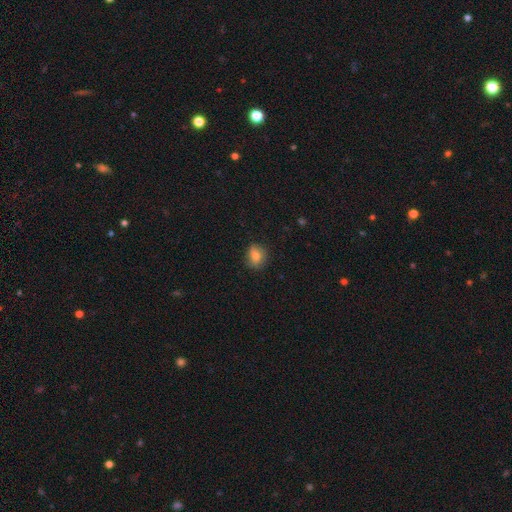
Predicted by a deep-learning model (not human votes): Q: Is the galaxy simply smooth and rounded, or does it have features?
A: smooth — 77%.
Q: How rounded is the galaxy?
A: round — 55%.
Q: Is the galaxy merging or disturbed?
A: none — 73%.